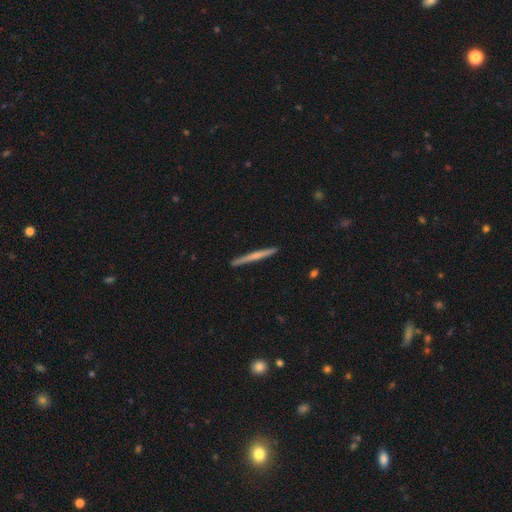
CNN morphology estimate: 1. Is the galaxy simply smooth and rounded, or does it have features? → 49% featured or disk, 46% smooth, 5% star or artifact.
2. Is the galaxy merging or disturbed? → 92% none, 6% minor disturbance, 1% major disturbance, 1% merger.